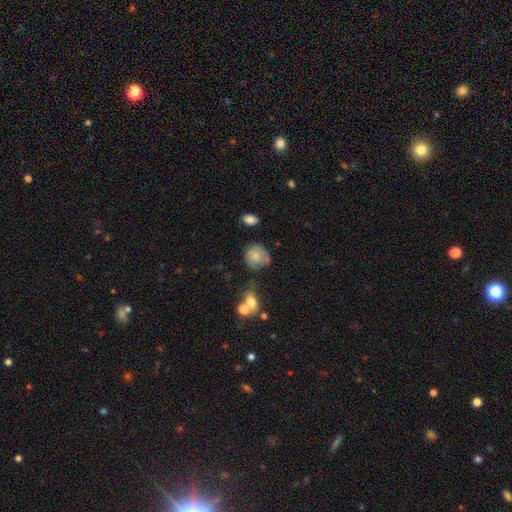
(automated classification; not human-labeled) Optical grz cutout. It shows a smooth galaxy with no disk features (73%) that is round (74%). Merging: none (48%).